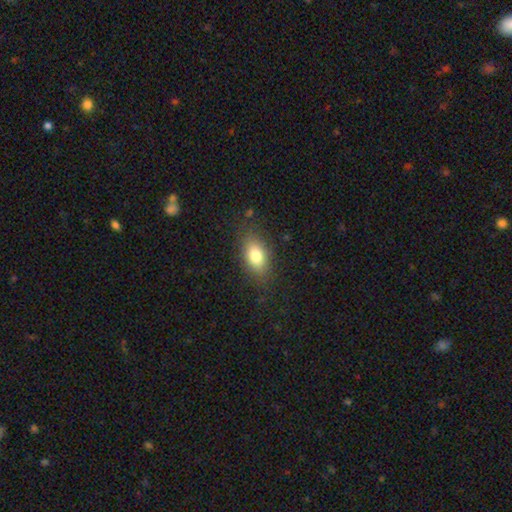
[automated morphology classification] Smooth or featured? Predicted: smooth (p=0.78). How rounded? Predicted: in between (p=0.86). Merging? Predicted: none (p=0.81).